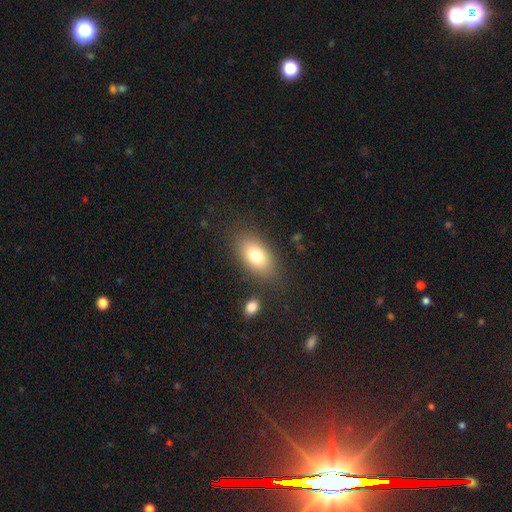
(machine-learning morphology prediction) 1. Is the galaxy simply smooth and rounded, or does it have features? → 77% smooth, 14% featured or disk, 9% star or artifact.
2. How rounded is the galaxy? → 88% in between, 9% round, 3% cigar-shaped.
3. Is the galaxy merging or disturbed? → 81% none, 11% minor disturbance, 4% major disturbance, 3% merger.